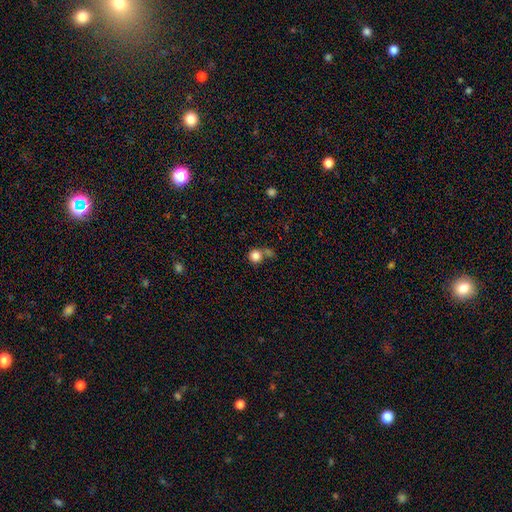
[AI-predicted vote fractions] Smooth or featured: smooth — 83% (star or artifact — 10%)
How rounded: round — 90% (in between — 9%)
Merging: none — 51% (merger — 30%)